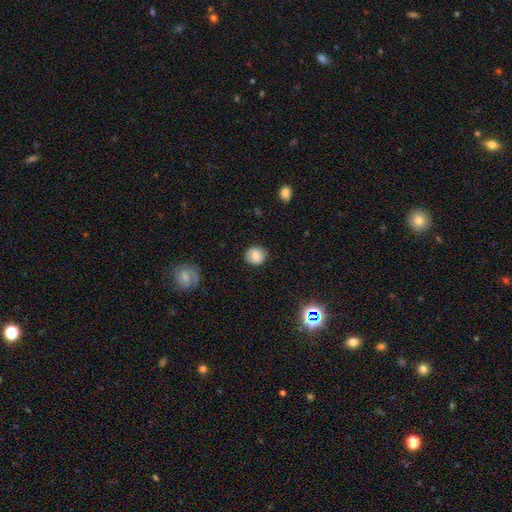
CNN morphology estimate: A smooth galaxy with no disk features (78%) that is round (83%). Merging: none (84%).